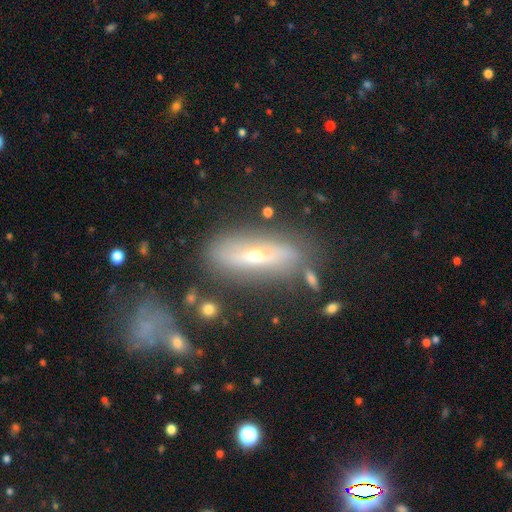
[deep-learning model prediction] This appears to be a featured or disk galaxy (56%) viewed edge-on (56%). Merging: none (74%).